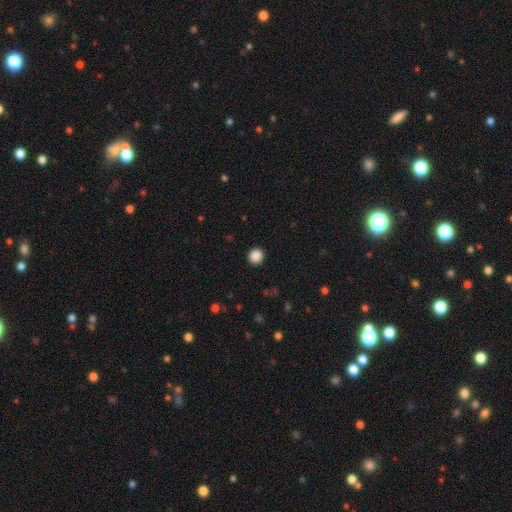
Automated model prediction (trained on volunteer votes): A smooth galaxy with no disk features (88%) that is round (89%). Merging: none (92%).